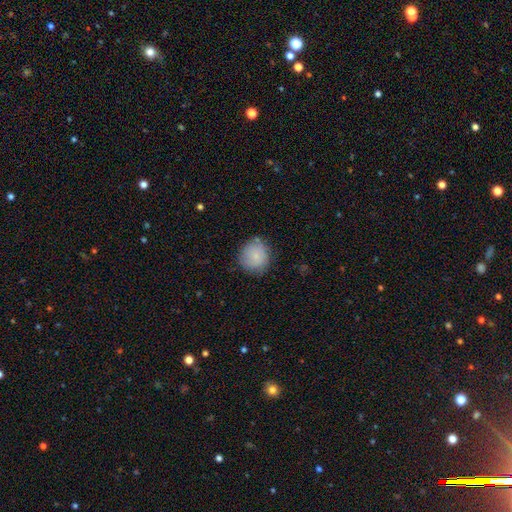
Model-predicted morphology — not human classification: This is clearly a smooth galaxy (81%). How rounded: clearly round (89%). Merging: likely none (75%).